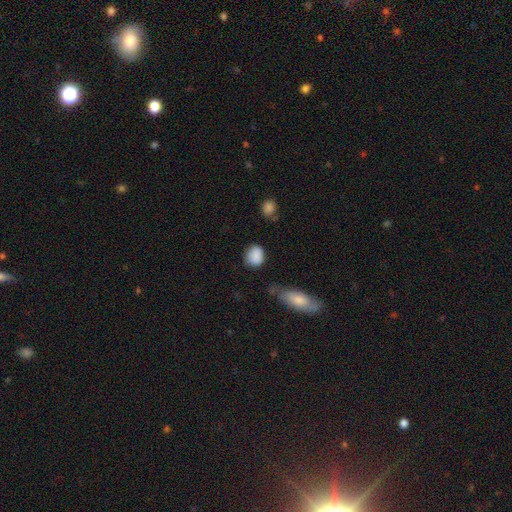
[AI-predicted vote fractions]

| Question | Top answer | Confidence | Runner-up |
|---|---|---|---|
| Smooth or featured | smooth | 88% | star or artifact (8%) |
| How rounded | round | 59% | in between (40%) |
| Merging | none | 72% | minor disturbance (19%) |